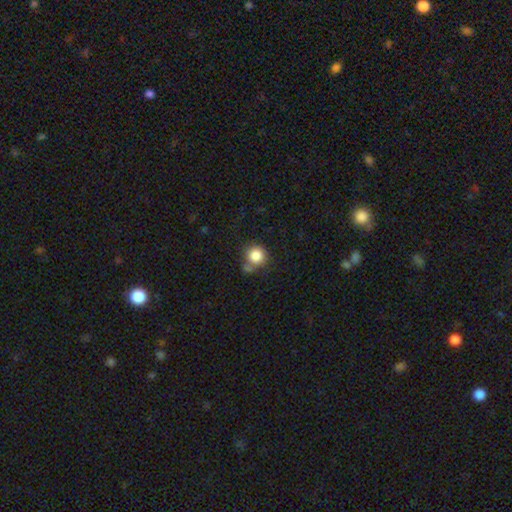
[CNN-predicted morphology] A smooth galaxy with no disk features (84%) that is round (91%).

Vote fractions:
- Smooth or featured? smooth: 84% / star or artifact: 10% / featured or disk: 6%
- How rounded? round: 91% / in between: 8% / cigar-shaped: 1%
- Merging? none: 61% / merger: 18% / minor disturbance: 15% / major disturbance: 6%